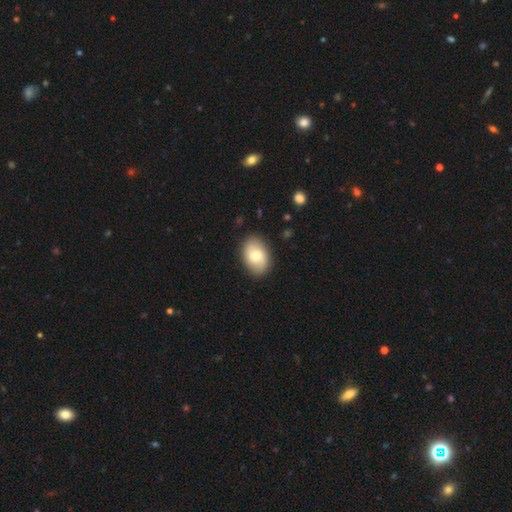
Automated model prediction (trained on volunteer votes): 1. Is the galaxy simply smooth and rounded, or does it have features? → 74% smooth, 20% featured or disk, 6% star or artifact.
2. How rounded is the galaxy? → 87% in between, 12% round, 1% cigar-shaped.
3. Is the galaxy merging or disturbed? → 87% none, 9% minor disturbance, 2% major disturbance, 1% merger.